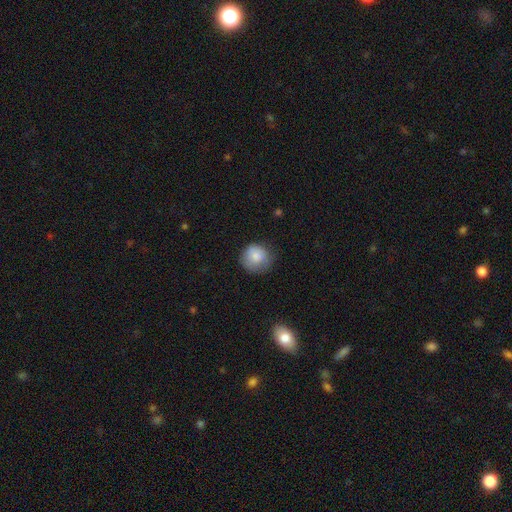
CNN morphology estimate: Smooth or featured: smooth — 83% (featured or disk — 9%)
How rounded: round — 90% (in between — 9%)
Merging: none — 71% (minor disturbance — 22%)